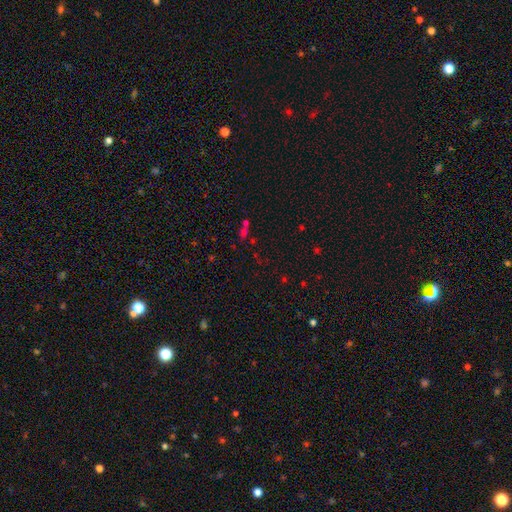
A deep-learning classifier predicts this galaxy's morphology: Smooth or featured? Predicted: star or artifact (p=0.56).